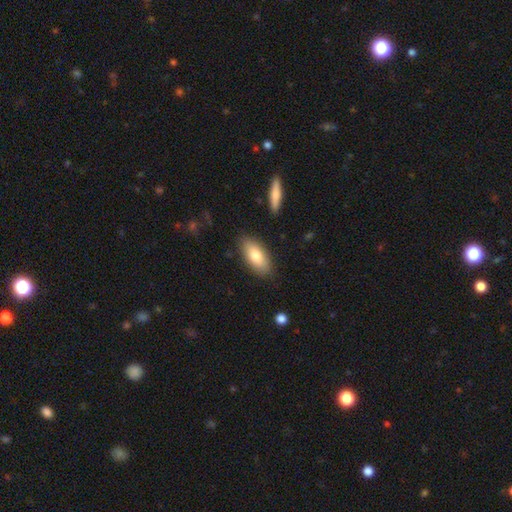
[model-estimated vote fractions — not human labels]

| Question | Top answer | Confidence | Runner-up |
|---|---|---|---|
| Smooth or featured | smooth | 79% | featured or disk (15%) |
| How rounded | in between | 87% | cigar-shaped (10%) |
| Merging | none | 85% | minor disturbance (11%) |